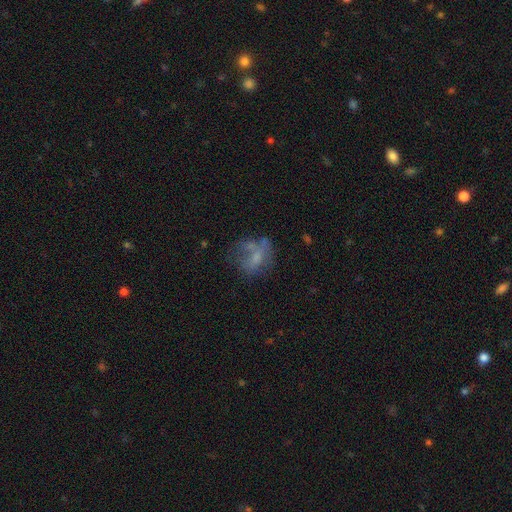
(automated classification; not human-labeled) smooth-or-featured: smooth: 47% | featured or disk: 39% | star or artifact: 14%
  merging: none: 37% | major disturbance: 28% | minor disturbance: 22% | merger: 14%